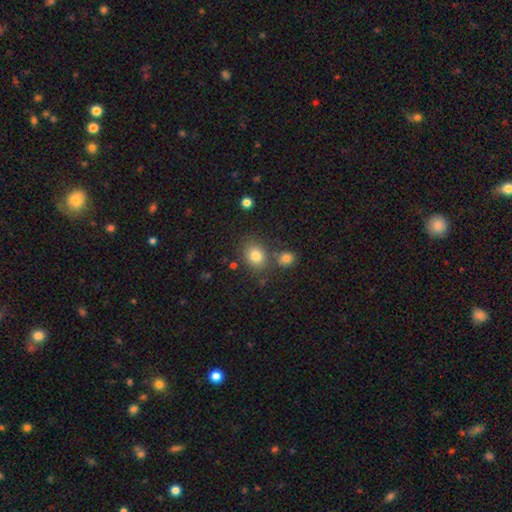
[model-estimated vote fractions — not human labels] Smooth or featured?
  - smooth: 81% *
  - star or artifact: 11%
  - featured or disk: 8%
How rounded?
  - in between: 50% *
  - round: 49%
  - cigar-shaped: 1%
Merging?
  - none: 70% *
  - merger: 14%
  - minor disturbance: 12%
  - major disturbance: 4%